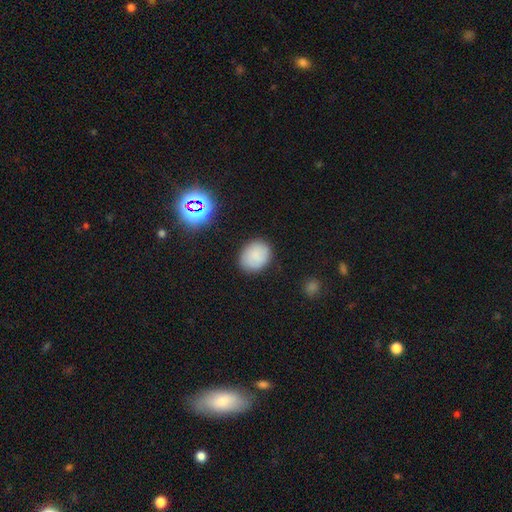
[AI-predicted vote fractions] Morphology: type=smooth (84%); roundness=round (58%); merging=none (85%).